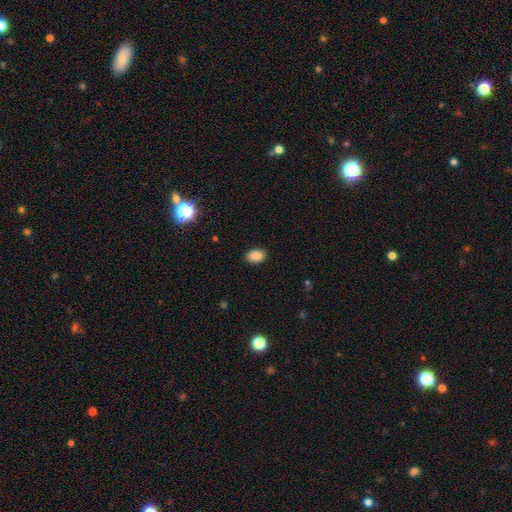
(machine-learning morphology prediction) type=smooth (88%); roundness=in between (84%); merging=none (88%).